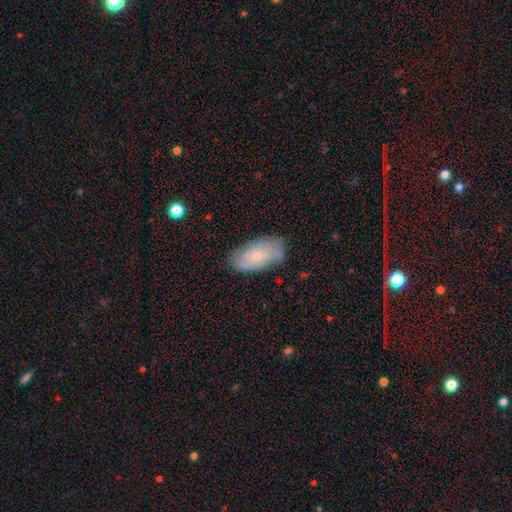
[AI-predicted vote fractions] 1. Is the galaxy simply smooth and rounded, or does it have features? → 49% smooth, 44% featured or disk, 7% star or artifact.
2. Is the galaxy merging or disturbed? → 73% none, 20% minor disturbance, 5% major disturbance, 2% merger.